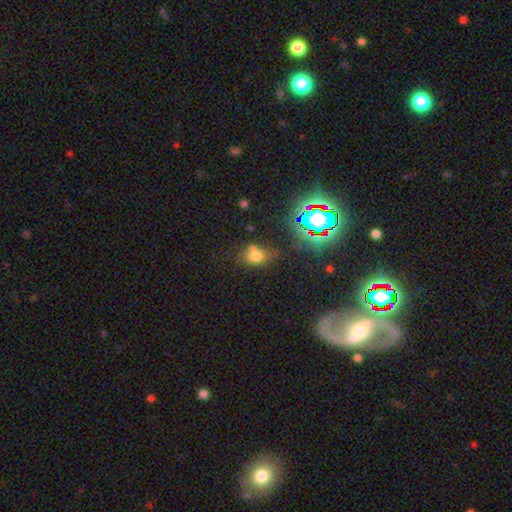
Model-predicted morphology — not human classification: This appears to be a smooth galaxy with no disk features (64%) that is in between round and cigar-shaped (57%). Merging: none (53%).